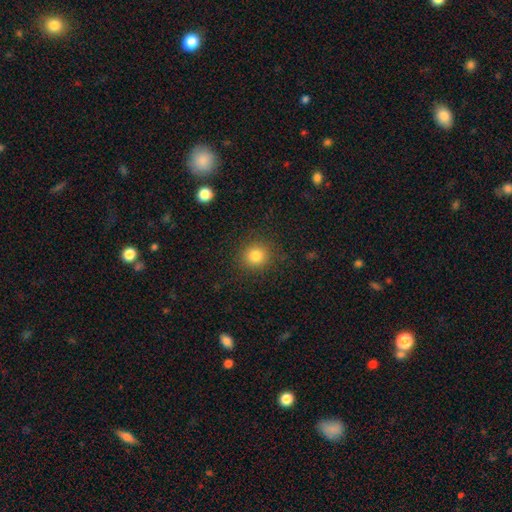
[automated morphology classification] Smooth or featured: smooth — 82% (star or artifact — 12%)
How rounded: round — 88% (in between — 11%)
Merging: none — 89% (minor disturbance — 7%)